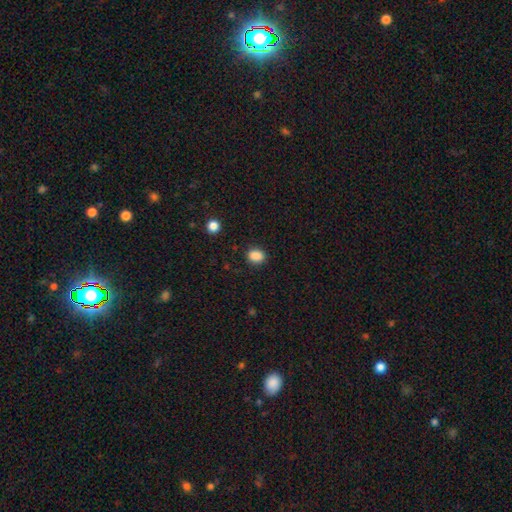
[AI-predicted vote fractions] Smooth or featured: smooth — 87% (star or artifact — 10%)
How rounded: in between — 52% (round — 47%)
Merging: none — 87% (minor disturbance — 9%)